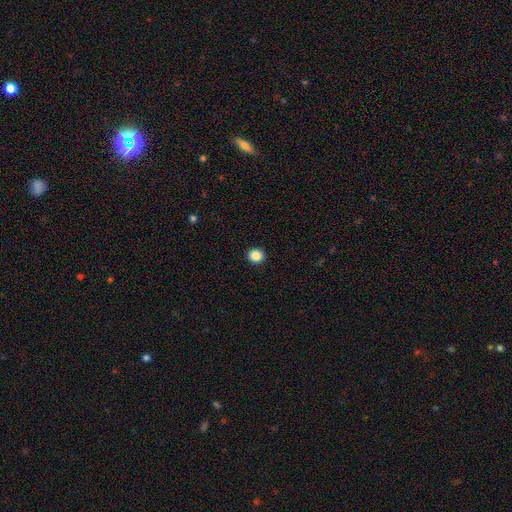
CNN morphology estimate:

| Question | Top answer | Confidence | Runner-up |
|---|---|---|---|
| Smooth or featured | smooth | 88% | star or artifact (10%) |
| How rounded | round | 88% | in between (11%) |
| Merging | none | 93% | minor disturbance (4%) |